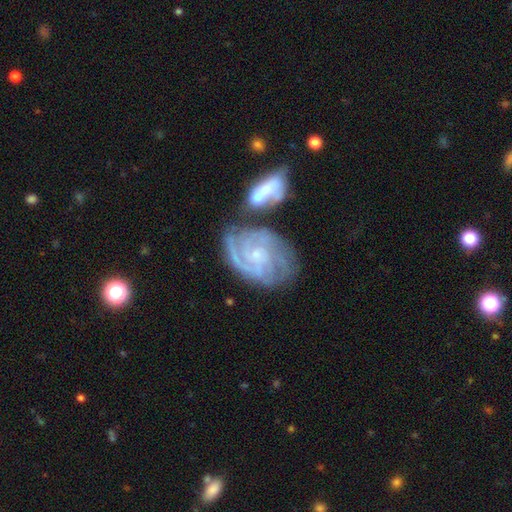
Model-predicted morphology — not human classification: This appears to be a featured or disk galaxy (88%) with no bar (66%), 3 (31%) tight (68%) spiral arms (97%) and a small central bulge (78%). Merging: none (53%).